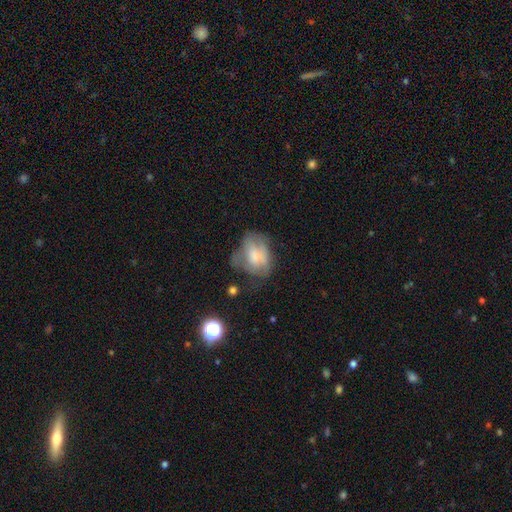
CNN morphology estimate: Smooth or featured: smooth — 54% (featured or disk — 36%)
How rounded: in between — 66% (round — 33%)
Merging: none — 34% (major disturbance — 32%)